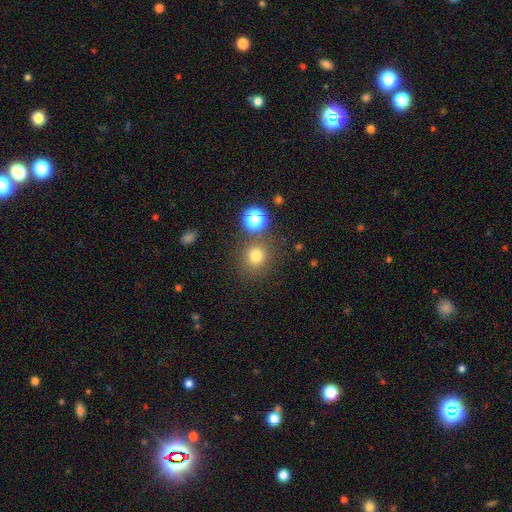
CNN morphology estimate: smooth 76%, star or artifact 17%, featured or disk 7%. Down the decision tree: how rounded — round (90%); merging — none (78%).